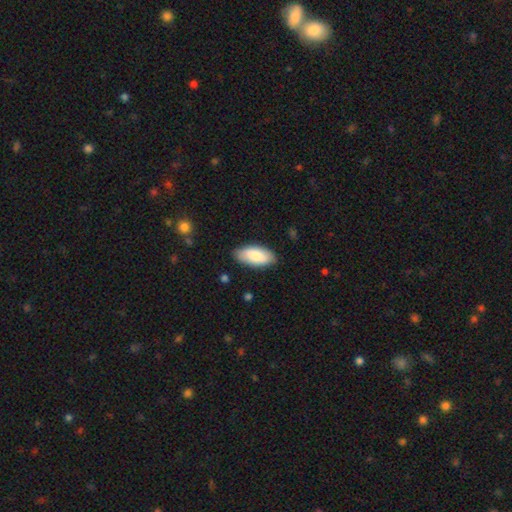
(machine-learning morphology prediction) smooth-or-featured: smooth: 83% | featured or disk: 12% | star or artifact: 5%
  how-rounded: in between: 91% | cigar-shaped: 7% | round: 2%
  merging: none: 85% | minor disturbance: 12% | major disturbance: 2% | merger: 1%